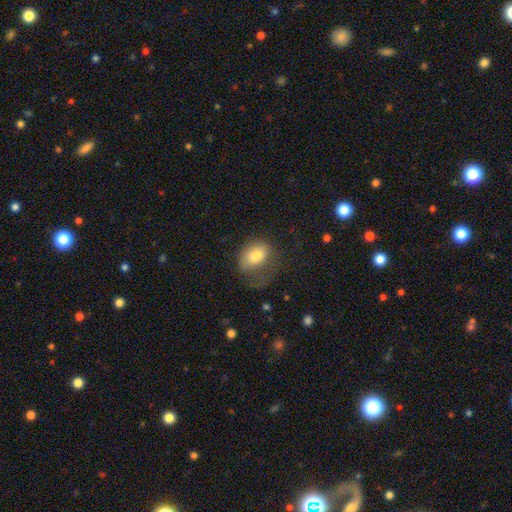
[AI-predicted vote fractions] smooth-or-featured: smooth: 77% | featured or disk: 14% | star or artifact: 9%
  how-rounded: in between: 79% | round: 20% | cigar-shaped: 1%
  merging: major disturbance: 39% | none: 32% | minor disturbance: 27% | merger: 2%